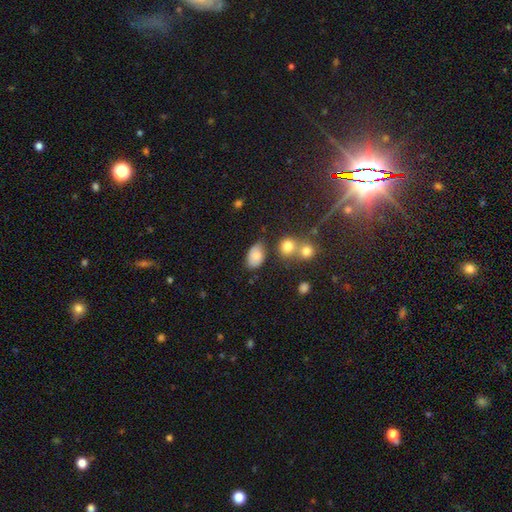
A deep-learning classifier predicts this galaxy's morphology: Smooth or featured?
  - smooth: 77% *
  - featured or disk: 13%
  - star or artifact: 10%
How rounded?
  - in between: 87% *
  - round: 11%
  - cigar-shaped: 1%
Merging?
  - none: 63% *
  - minor disturbance: 23%
  - merger: 9%
  - major disturbance: 6%